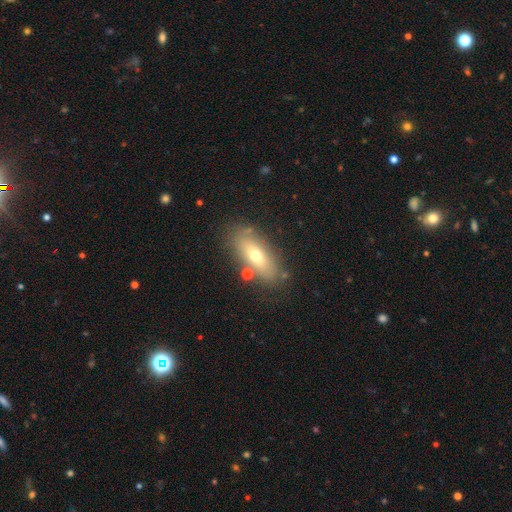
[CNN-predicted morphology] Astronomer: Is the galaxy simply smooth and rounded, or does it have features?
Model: smooth — 59%.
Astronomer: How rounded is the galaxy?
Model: in between — 72%.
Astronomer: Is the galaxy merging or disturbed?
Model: none — 79%.